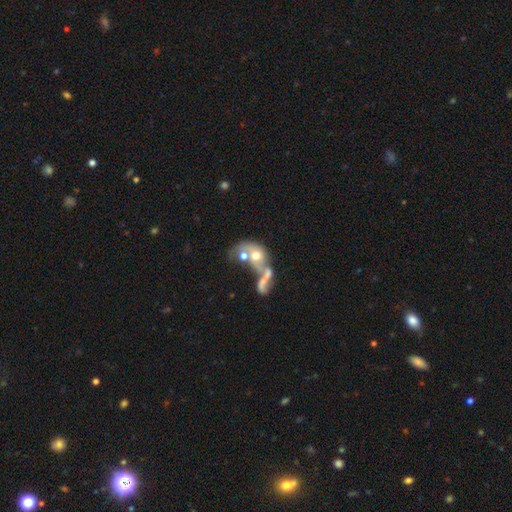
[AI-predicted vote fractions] Smooth or featured? Predicted: smooth (p=0.44, tied with featured or disk). Merging? Predicted: merger (p=0.68).